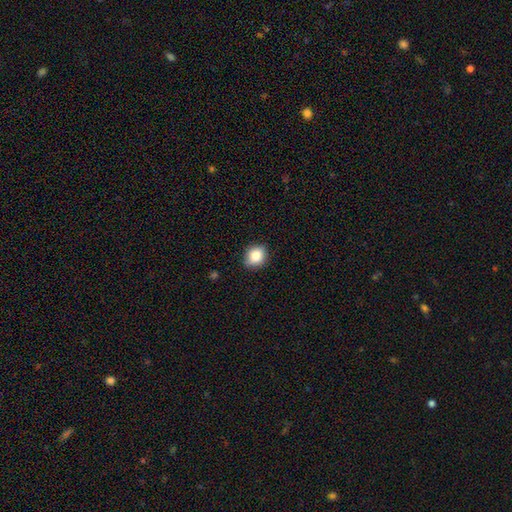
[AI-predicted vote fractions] A smooth galaxy with no disk features (85%) that is round (65%). Merging: none (84%).